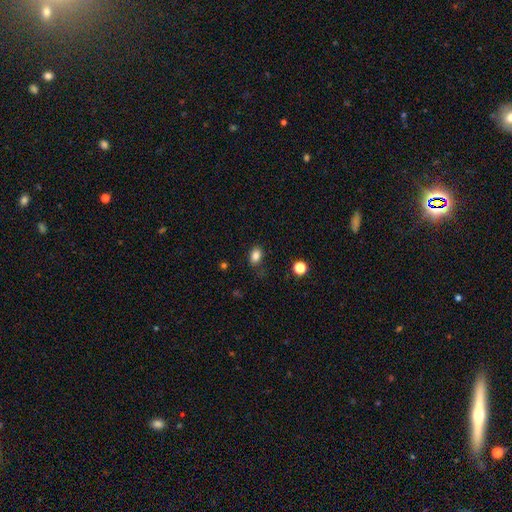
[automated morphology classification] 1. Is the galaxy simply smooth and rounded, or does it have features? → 85% smooth, 10% star or artifact, 5% featured or disk.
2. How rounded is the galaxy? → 79% in between, 20% round, 1% cigar-shaped.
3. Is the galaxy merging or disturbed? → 80% none, 15% minor disturbance, 4% major disturbance, 2% merger.